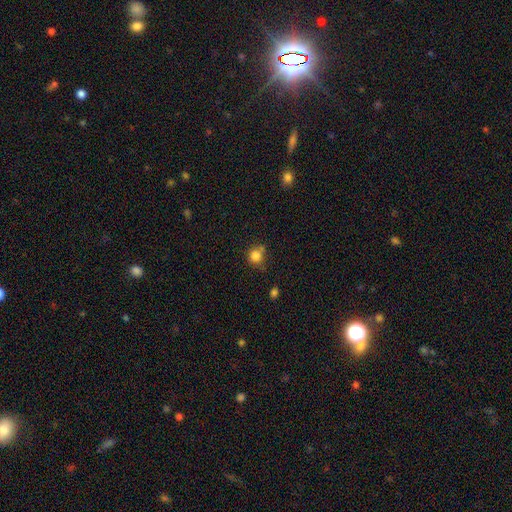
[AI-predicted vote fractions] smooth-or-featured: smooth: 82% | star or artifact: 12% | featured or disk: 6%
  how-rounded: round: 88% | in between: 11% | cigar-shaped: 1%
  merging: none: 63% | minor disturbance: 19% | merger: 12% | major disturbance: 5%